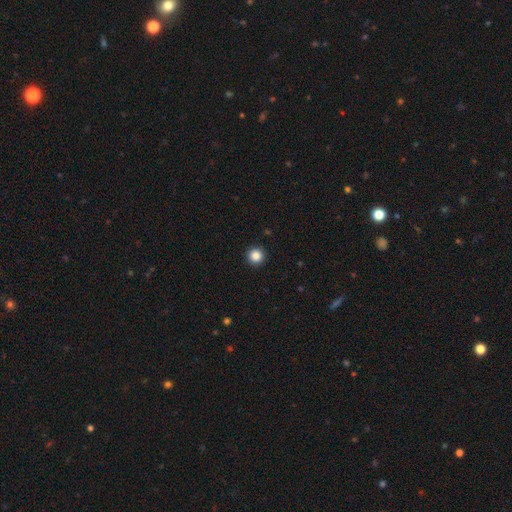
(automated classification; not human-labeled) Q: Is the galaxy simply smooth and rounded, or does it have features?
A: smooth — 85%.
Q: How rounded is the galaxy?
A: round — 96%.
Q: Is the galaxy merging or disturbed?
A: none — 93%.